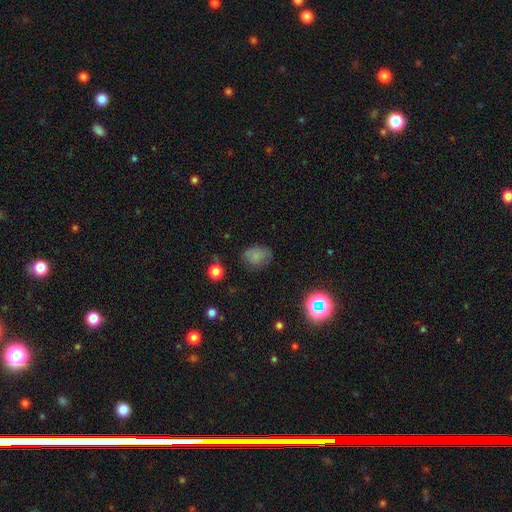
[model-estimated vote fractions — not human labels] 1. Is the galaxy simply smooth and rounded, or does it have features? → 74% smooth, 16% star or artifact, 10% featured or disk.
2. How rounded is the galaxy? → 60% in between, 39% round, 1% cigar-shaped.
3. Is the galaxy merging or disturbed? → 62% none, 26% minor disturbance, 10% major disturbance, 2% merger.